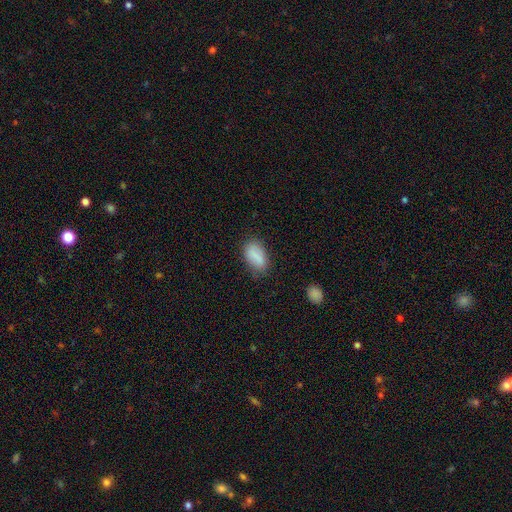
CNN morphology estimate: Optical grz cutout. It shows a smooth galaxy with no disk features (82%) that is in between round and cigar-shaped (90%). Merging: none (71%).